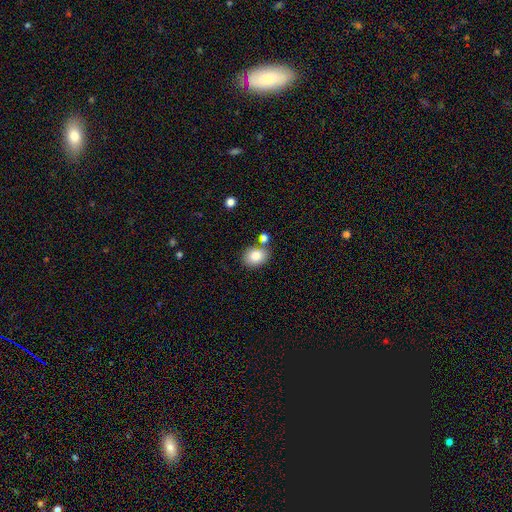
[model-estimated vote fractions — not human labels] A smooth galaxy with no disk features (82%) that is in between round and cigar-shaped (57%). Merging: none (68%).